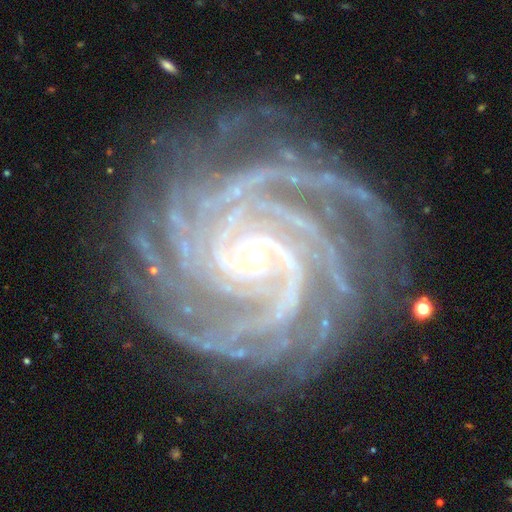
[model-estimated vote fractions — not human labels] Morphology: type=featured or disk (93%); edge-on=no (98%); bar=no (58%); spiral arms=yes (99%); winding=tight (81%); arm count=more than 4 (31%); bulge=small (84%); merging=none (81%).